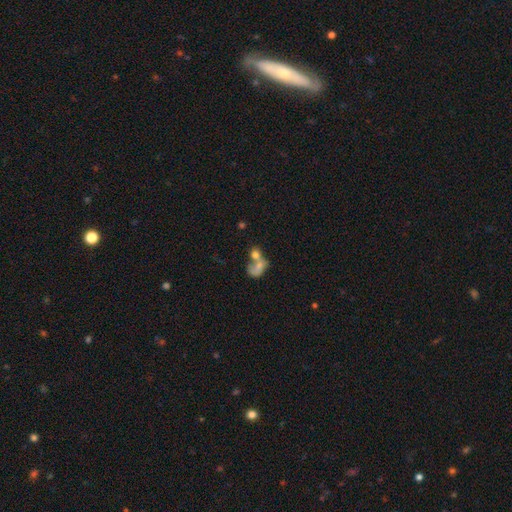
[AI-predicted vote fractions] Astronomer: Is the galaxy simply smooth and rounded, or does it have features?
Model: smooth — 66%.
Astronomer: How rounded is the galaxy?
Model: in between — 55% (runner-up: round, 43%).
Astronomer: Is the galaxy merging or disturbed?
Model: merger — 62%.